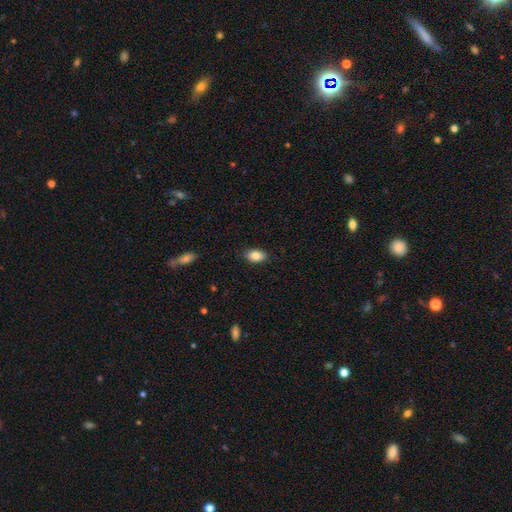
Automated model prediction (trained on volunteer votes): smooth_or_featured: smooth (p=0.84) [alt: featured or disk p=0.08]
how_rounded: in between (p=0.90) [alt: round p=0.08]
merging: none (p=0.86) [alt: minor disturbance p=0.11]